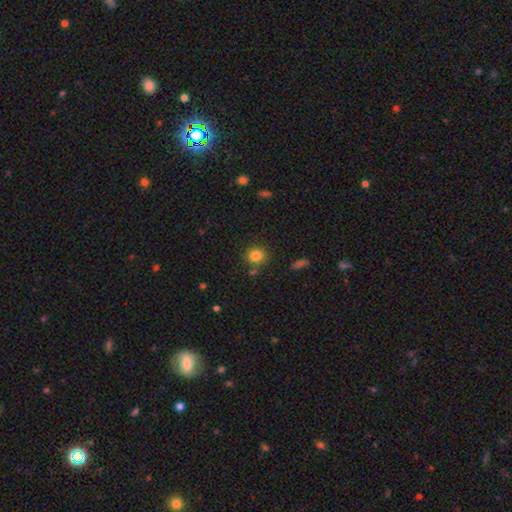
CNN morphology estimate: Q: Smooth or featured?
A: smooth (82%); runner-up: star or artifact (11%)
Q: How rounded?
A: round (87%); runner-up: in between (12%)
Q: Merging?
A: none (80%); runner-up: minor disturbance (10%)